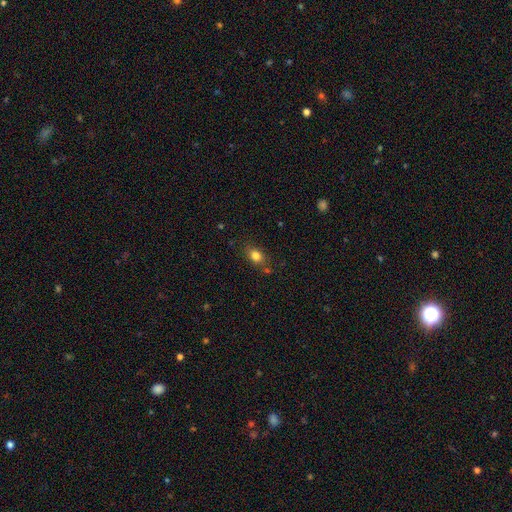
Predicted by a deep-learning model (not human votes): smooth-or-featured: smooth: 81% | star or artifact: 11% | featured or disk: 8%
  how-rounded: in between: 67% | round: 31% | cigar-shaped: 2%
  merging: none: 75% | minor disturbance: 15% | merger: 6% | major disturbance: 4%